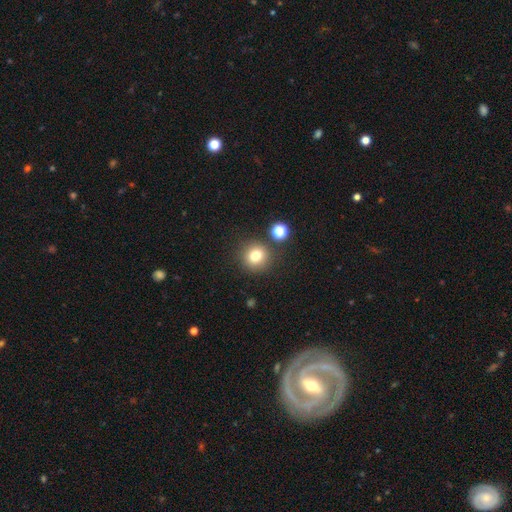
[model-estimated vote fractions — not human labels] smooth 77%, star or artifact 14%, featured or disk 9%. Down the decision tree: how rounded — round (92%); merging — none (83%).